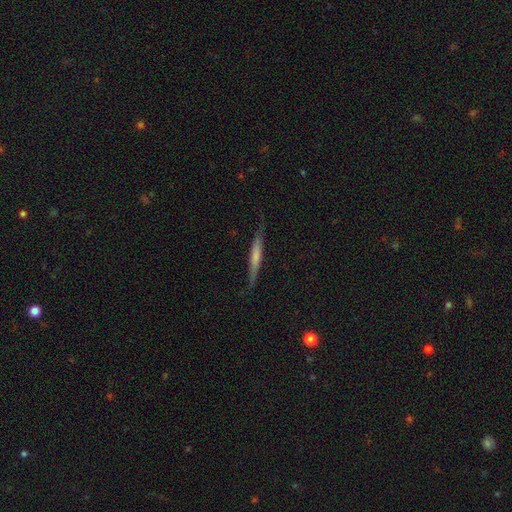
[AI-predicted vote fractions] Morphology: type=smooth (49%); merging=none (81%).